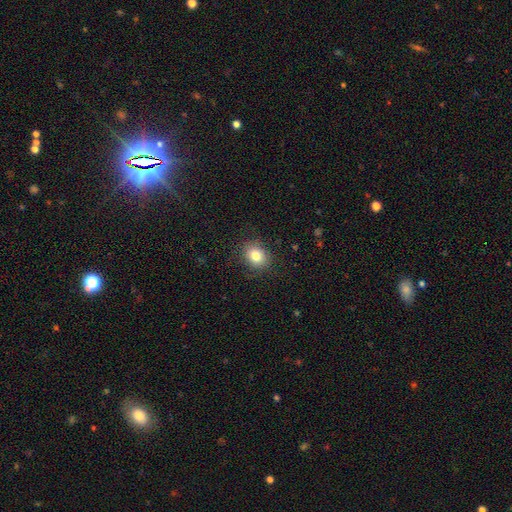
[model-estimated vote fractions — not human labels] Smooth or featured? smooth (82%)
How rounded? round (59%)
Merging? none (85%)